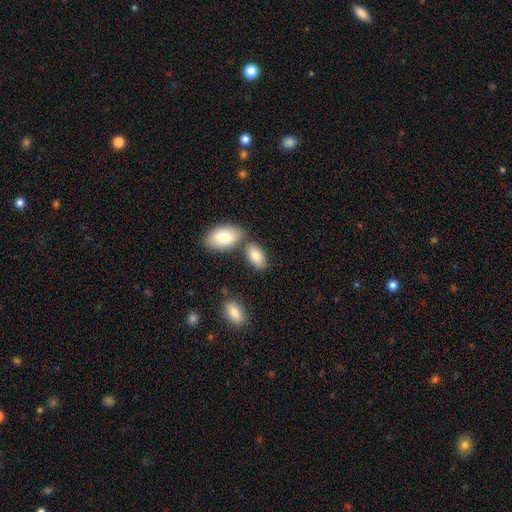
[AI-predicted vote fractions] Overall: smooth (83%). How rounded: in between (92%). Merging: none (61%; merger 23%).